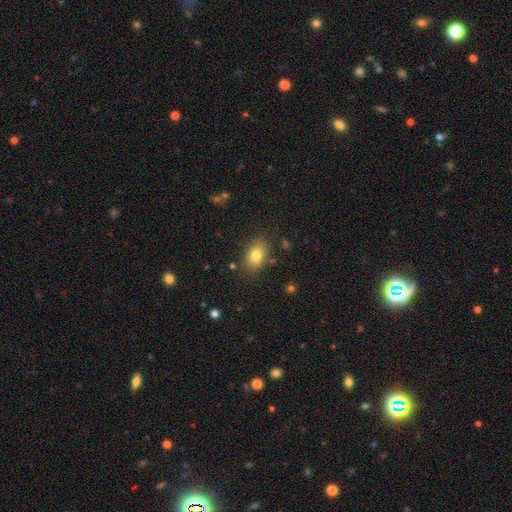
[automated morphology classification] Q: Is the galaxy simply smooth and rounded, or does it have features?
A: smooth — 79%.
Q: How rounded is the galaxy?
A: in between — 83%.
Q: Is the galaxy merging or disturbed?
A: none — 82%.